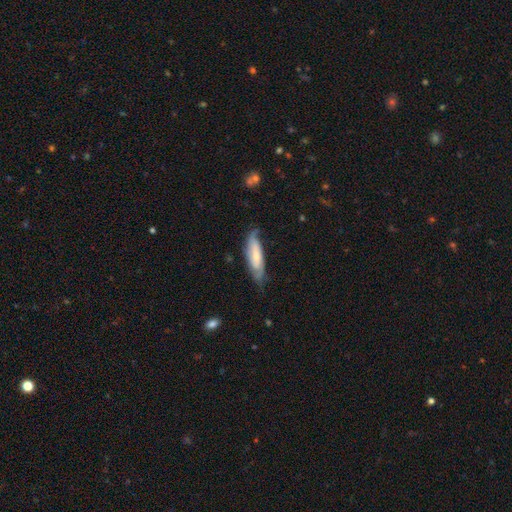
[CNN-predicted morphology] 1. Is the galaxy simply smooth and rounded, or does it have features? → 51% featured or disk, 43% smooth, 6% star or artifact.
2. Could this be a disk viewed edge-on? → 70% no, 30% yes.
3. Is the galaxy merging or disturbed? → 66% none, 25% minor disturbance, 7% major disturbance, 2% merger.